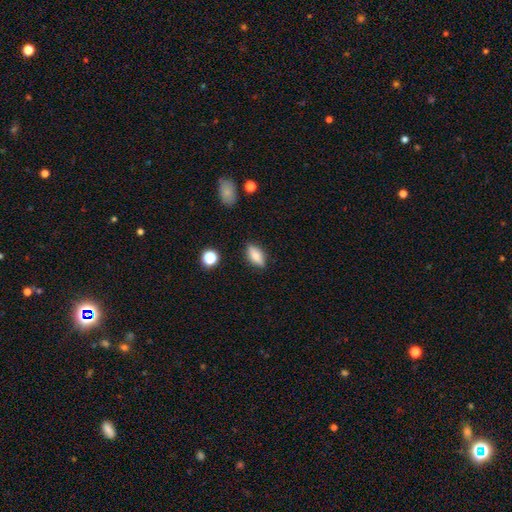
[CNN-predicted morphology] Q: Smooth or featured?
A: smooth (72%); runner-up: featured or disk (19%)
Q: How rounded?
A: in between (76%); runner-up: cigar-shaped (19%)
Q: Merging?
A: none (84%); runner-up: minor disturbance (11%)